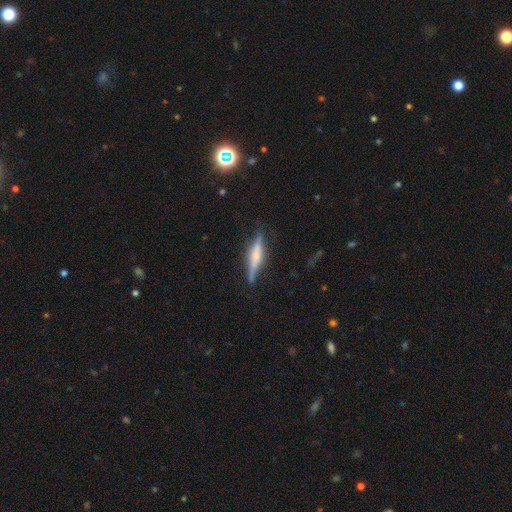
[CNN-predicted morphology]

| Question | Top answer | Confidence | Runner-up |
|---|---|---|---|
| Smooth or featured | featured or disk | 59% | smooth (34%) |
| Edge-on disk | yes | 96% | no (4%) |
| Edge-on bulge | rounded | 60% | boxy (24%) |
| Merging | none | 83% | minor disturbance (13%) |